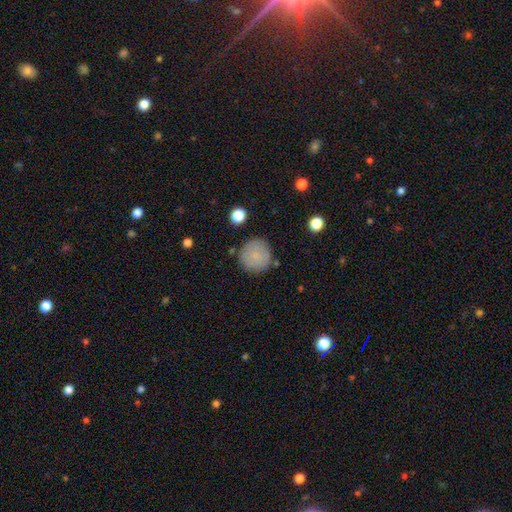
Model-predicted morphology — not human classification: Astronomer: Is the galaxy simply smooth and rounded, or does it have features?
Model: smooth — 81%.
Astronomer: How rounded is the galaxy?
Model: round — 95%.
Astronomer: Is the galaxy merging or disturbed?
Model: none — 84%.